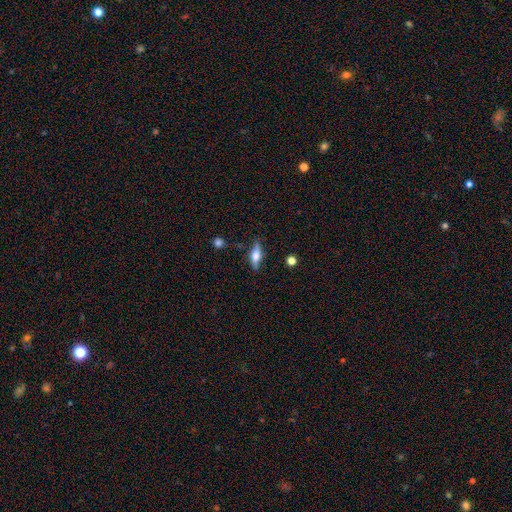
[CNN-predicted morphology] smooth_or_featured: smooth (p=0.49) [alt: featured or disk p=0.43]
merging: none (p=0.78) [alt: minor disturbance p=0.16]